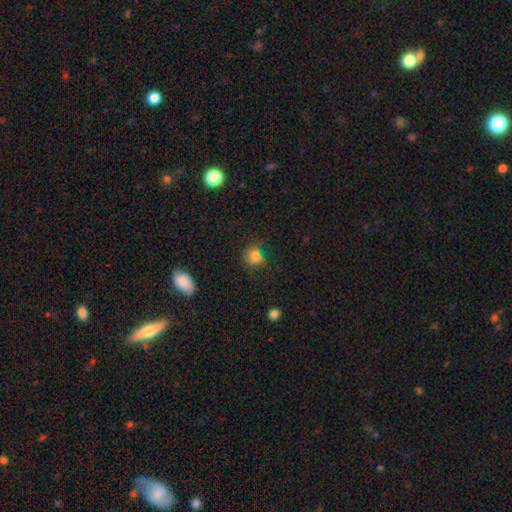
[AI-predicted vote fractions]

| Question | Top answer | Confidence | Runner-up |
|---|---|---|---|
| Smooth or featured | smooth | 76% | star or artifact (16%) |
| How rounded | round | 73% | in between (26%) |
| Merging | none | 63% | minor disturbance (22%) |